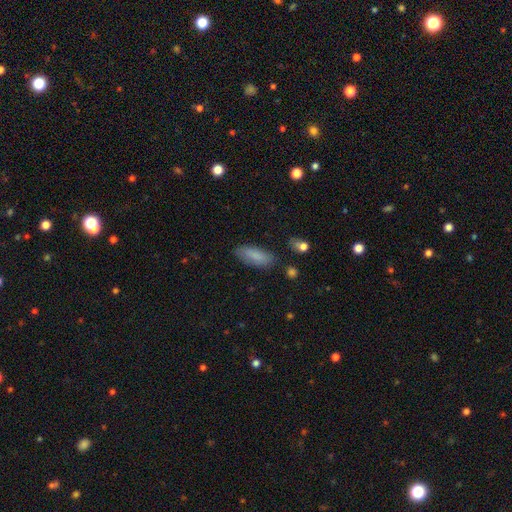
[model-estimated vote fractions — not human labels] smooth_or_featured: smooth (p=0.84) [alt: featured or disk p=0.09]
how_rounded: in between (p=0.71) [alt: cigar-shaped p=0.27]
merging: none (p=0.80) [alt: minor disturbance p=0.14]